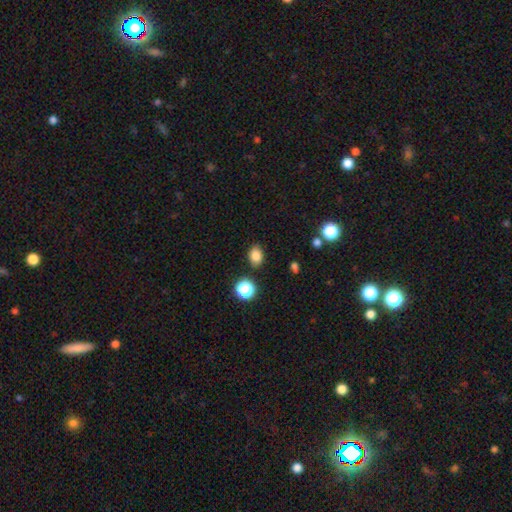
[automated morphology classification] This is clearly a smooth galaxy (83%). How rounded: likely in between (72%). Merging: clearly none (85%).